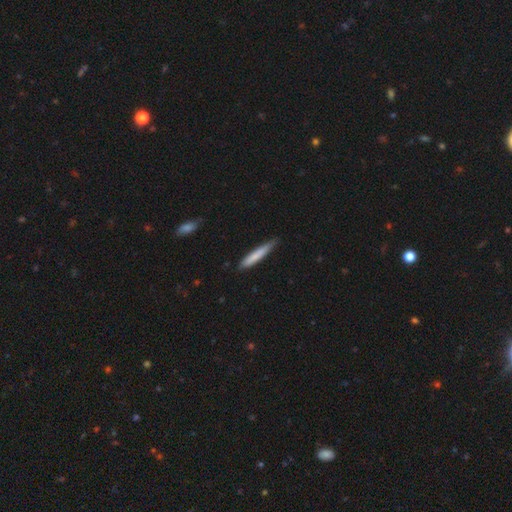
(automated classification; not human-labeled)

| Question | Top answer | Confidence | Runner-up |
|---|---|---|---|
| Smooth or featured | smooth | 76% | featured or disk (19%) |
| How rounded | cigar-shaped | 93% | in between (6%) |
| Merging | none | 76% | minor disturbance (20%) |